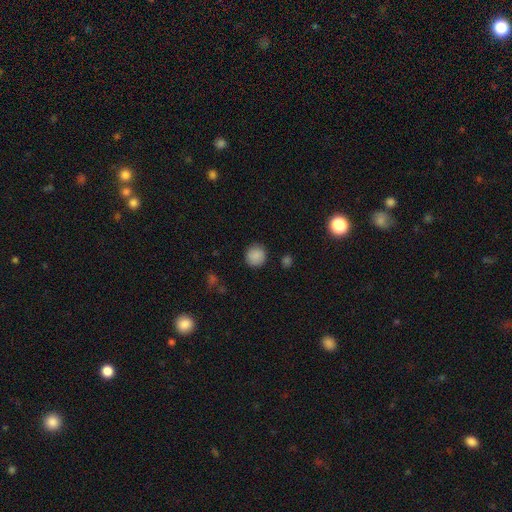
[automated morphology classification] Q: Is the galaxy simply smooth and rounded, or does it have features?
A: smooth — 87%.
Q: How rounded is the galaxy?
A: round — 92%.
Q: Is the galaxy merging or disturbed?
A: none — 89%.